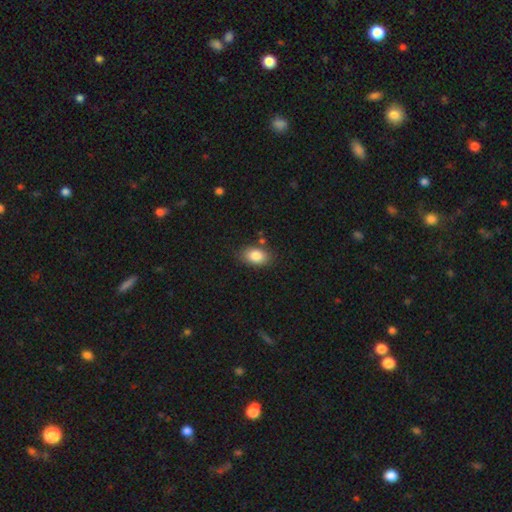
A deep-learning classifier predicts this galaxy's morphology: type=smooth (85%); roundness=in between (88%); merging=none (81%).